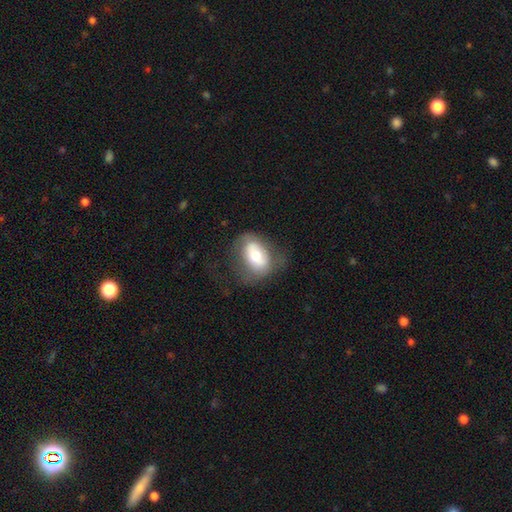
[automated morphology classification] Smooth or featured? Predicted: smooth (p=0.59). How rounded? Predicted: in between (p=0.82). Merging? Predicted: none (p=0.53).